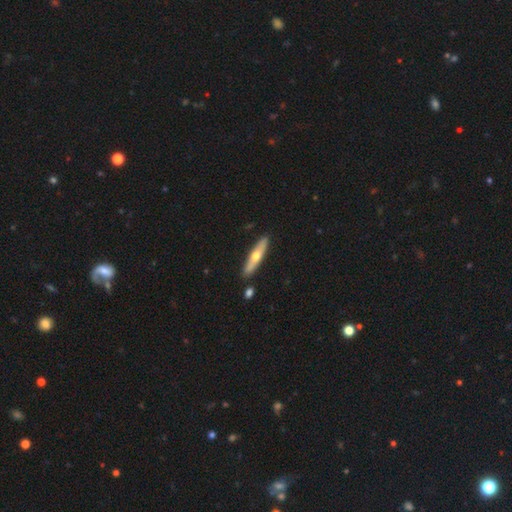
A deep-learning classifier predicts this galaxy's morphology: A featured or disk galaxy (49%). Merging: none (86%).